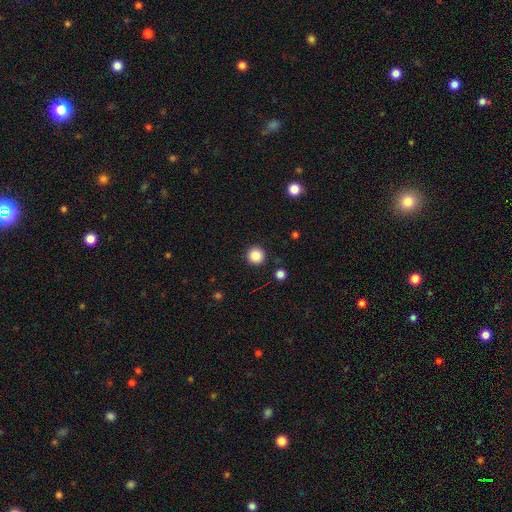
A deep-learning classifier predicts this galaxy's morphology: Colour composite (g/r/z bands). It shows a smooth galaxy with no disk features (87%) that is round (96%). Merging: none (91%).